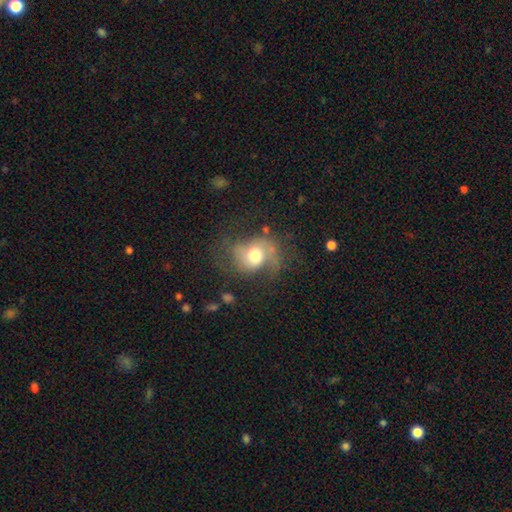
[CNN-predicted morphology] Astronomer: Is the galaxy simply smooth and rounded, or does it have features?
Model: featured or disk — 62%.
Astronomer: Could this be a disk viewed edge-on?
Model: no — 97%.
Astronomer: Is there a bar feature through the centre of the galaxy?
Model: no — 65%.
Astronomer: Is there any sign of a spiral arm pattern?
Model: yes — 86%.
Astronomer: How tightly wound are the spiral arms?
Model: medium — 43% (runner-up: loose, 42%).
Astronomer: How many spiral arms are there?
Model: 2 — 62%.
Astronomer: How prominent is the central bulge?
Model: moderate — 54% (runner-up: large, 33%).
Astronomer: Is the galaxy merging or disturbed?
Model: none — 46% (runner-up: major disturbance, 28%).